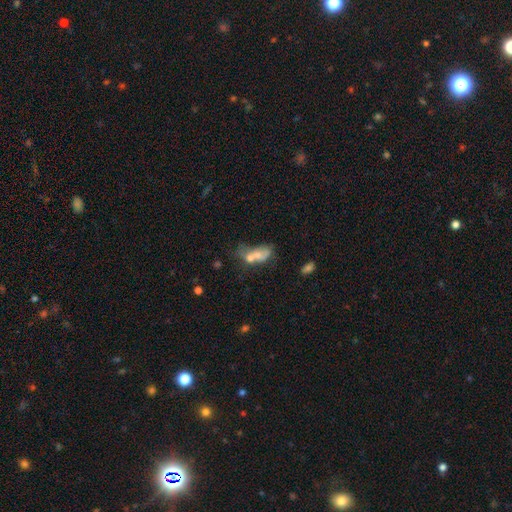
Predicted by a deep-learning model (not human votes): smooth-or-featured: smooth: 56% | featured or disk: 32% | star or artifact: 12%
  how-rounded: in between: 79% | round: 15% | cigar-shaped: 6%
  merging: merger: 56% | major disturbance: 16% | none: 16% | minor disturbance: 11%